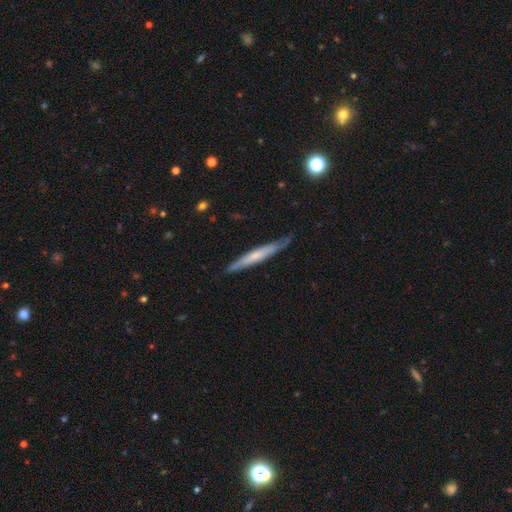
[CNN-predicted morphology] featured or disk 48%, smooth 47%, star or artifact 5%. Down the decision tree: merging — none (81%).